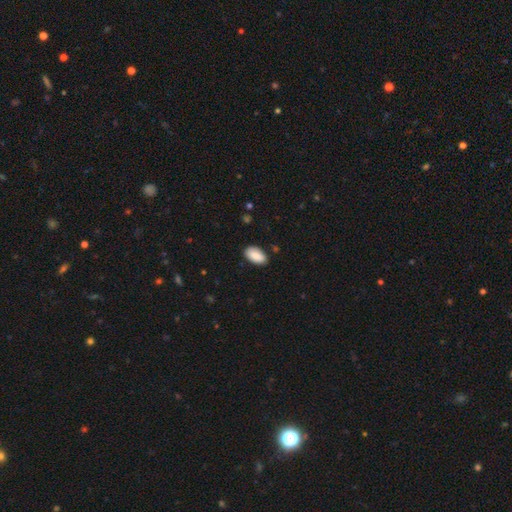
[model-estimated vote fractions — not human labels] This appears to be a smooth galaxy with no disk features (88%) that is in between round and cigar-shaped (95%). Merging: none (86%).